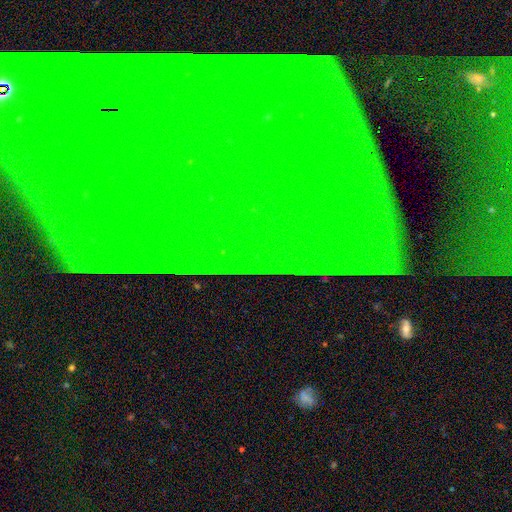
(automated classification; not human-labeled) Overall: star or artifact (80%).